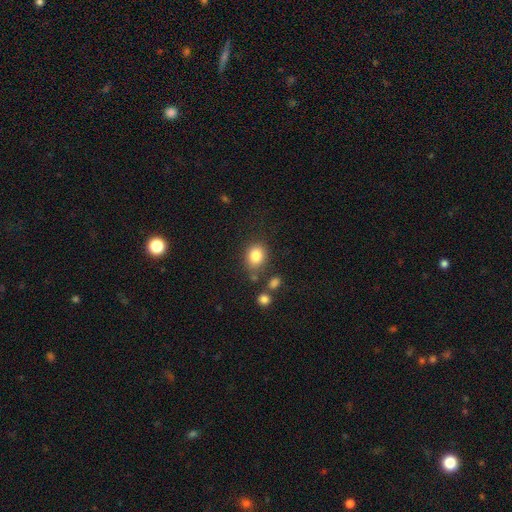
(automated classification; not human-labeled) Smooth or featured?
  - smooth: 83% *
  - star or artifact: 10%
  - featured or disk: 7%
How rounded?
  - round: 54% *
  - in between: 45%
  - cigar-shaped: 1%
Merging?
  - none: 75% *
  - minor disturbance: 14%
  - merger: 7%
  - major disturbance: 5%